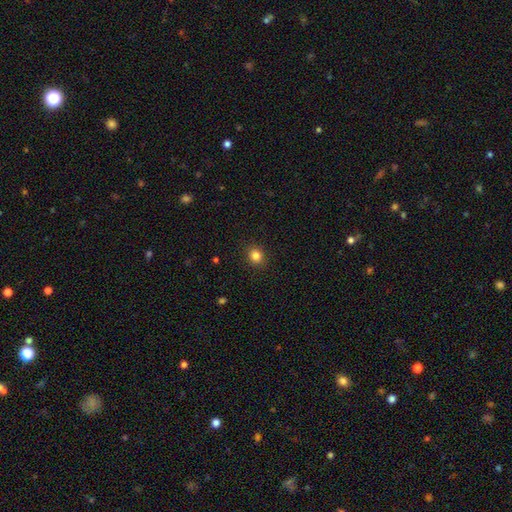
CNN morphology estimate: Q: Smooth or featured?
A: smooth (84%); runner-up: star or artifact (12%)
Q: How rounded?
A: round (78%); runner-up: in between (21%)
Q: Merging?
A: none (91%); runner-up: minor disturbance (6%)